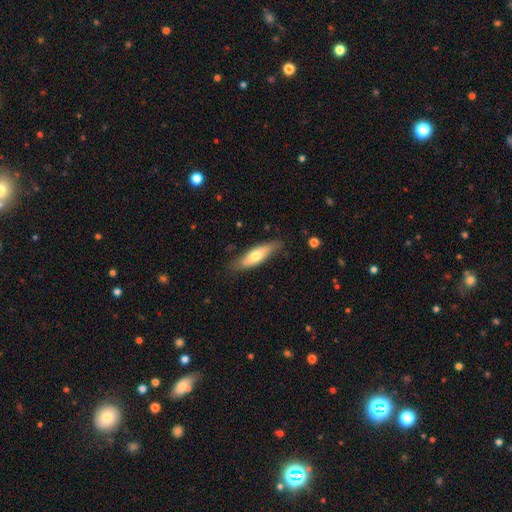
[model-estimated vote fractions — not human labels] smooth-or-featured: smooth: 61% | featured or disk: 33% | star or artifact: 6%
  how-rounded: cigar-shaped: 49% (tied) | in between: 49% (tied) | round: 2%
  merging: none: 78% | minor disturbance: 17% | major disturbance: 3% | merger: 1%